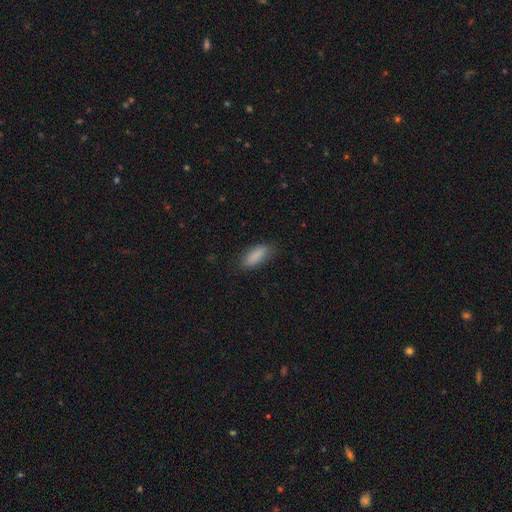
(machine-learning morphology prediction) Q: Smooth or featured?
A: smooth (88%); runner-up: star or artifact (7%)
Q: How rounded?
A: in between (73%); runner-up: cigar-shaped (25%)
Q: Merging?
A: none (81%); runner-up: minor disturbance (15%)